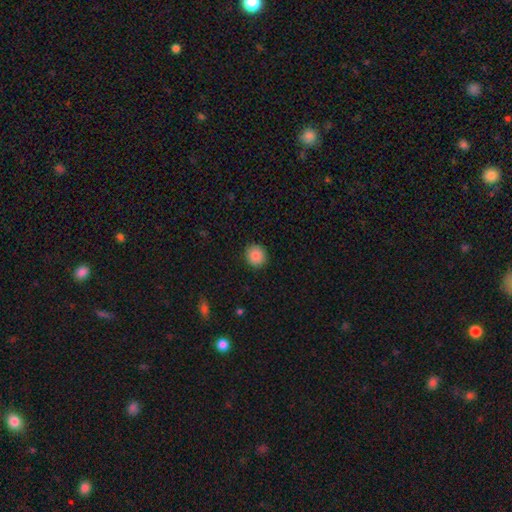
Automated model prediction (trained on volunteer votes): A smooth galaxy with no disk features (88%) that is round (84%).

Vote fractions:
- Smooth or featured? smooth: 88% / star or artifact: 9% / featured or disk: 4%
- How rounded? round: 84% / in between: 15% / cigar-shaped: 1%
- Merging? none: 91% / minor disturbance: 6% / major disturbance: 2% / merger: 1%